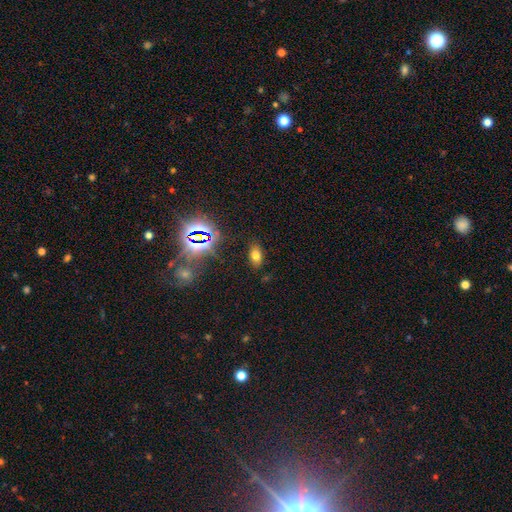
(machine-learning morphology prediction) This is likely a smooth galaxy (67%). How rounded: clearly in between (87%). Merging: clearly none (84%).